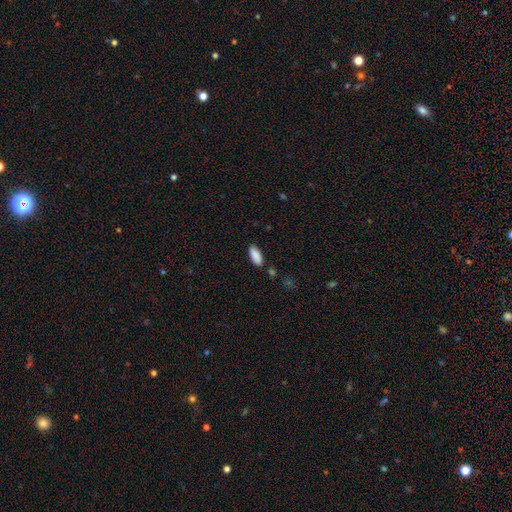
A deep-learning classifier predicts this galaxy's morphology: smooth-or-featured: smooth: 89% | star or artifact: 6% | featured or disk: 4%
  how-rounded: in between: 85% | cigar-shaped: 14% | round: 2%
  merging: none: 83% | minor disturbance: 11% | merger: 3% | major disturbance: 2%